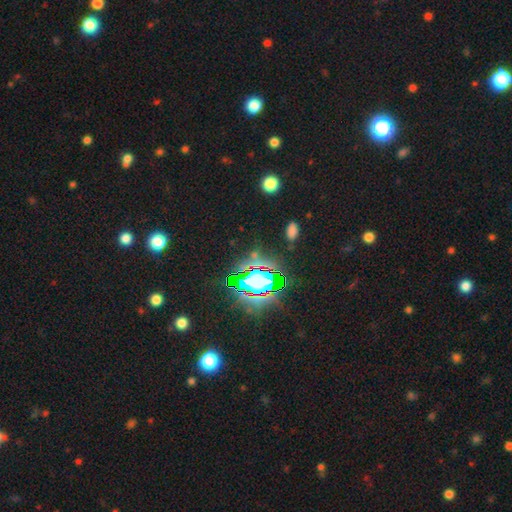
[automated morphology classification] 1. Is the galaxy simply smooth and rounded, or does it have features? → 73% star or artifact, 16% smooth, 10% featured or disk.